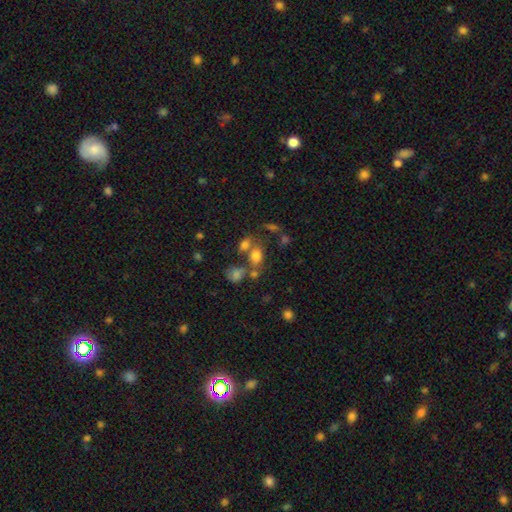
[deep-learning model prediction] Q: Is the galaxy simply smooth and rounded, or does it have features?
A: smooth — 74%.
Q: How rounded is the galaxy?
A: in between — 70%.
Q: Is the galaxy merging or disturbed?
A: none — 46%.